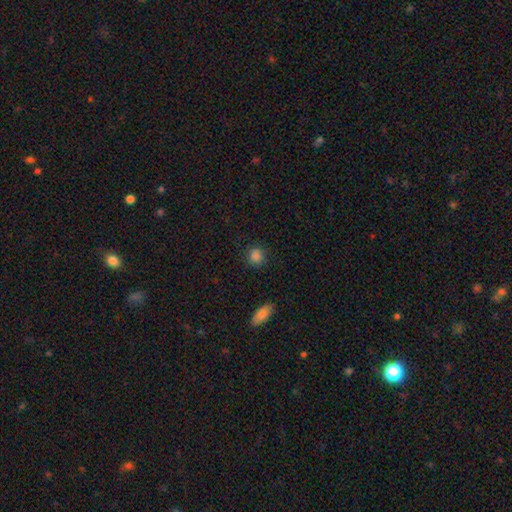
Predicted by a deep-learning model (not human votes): smooth_or_featured: smooth (p=0.86) [alt: star or artifact p=0.11]
how_rounded: round (p=0.86) [alt: in between p=0.13]
merging: none (p=0.88) [alt: minor disturbance p=0.08]